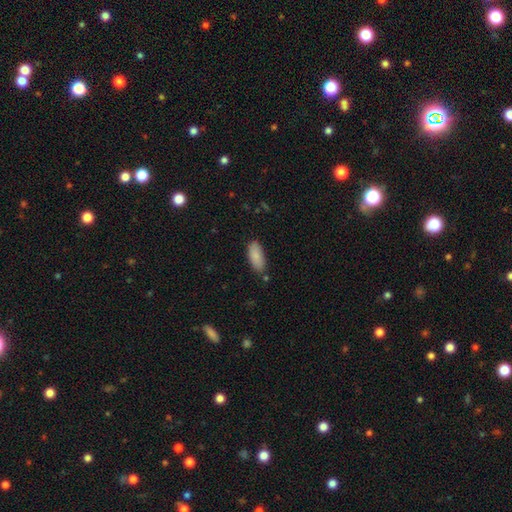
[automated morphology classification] Smooth or featured? Predicted: smooth (p=0.88). How rounded? Predicted: in between (p=0.85). Merging? Predicted: none (p=0.80).